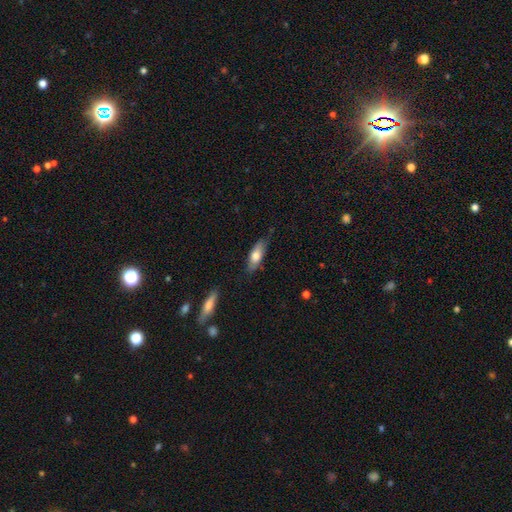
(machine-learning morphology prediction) Smooth or featured? Predicted: smooth (p=0.70). How rounded? Predicted: in between (p=0.65). Merging? Predicted: none (p=0.71).